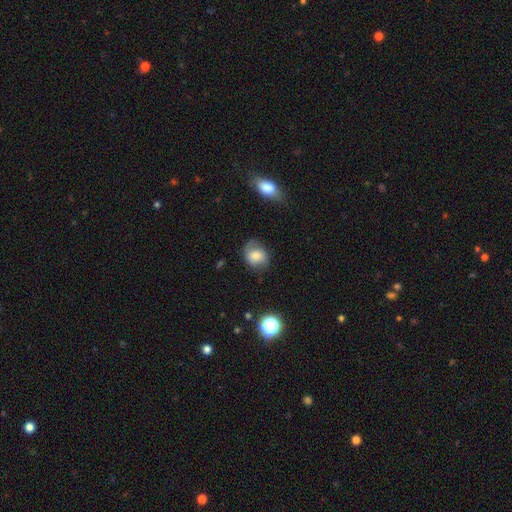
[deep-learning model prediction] smooth_or_featured: smooth (p=0.61) [alt: featured or disk p=0.29]
how_rounded: round (p=0.59) [alt: in between p=0.40]
merging: none (p=0.62) [alt: minor disturbance p=0.26]